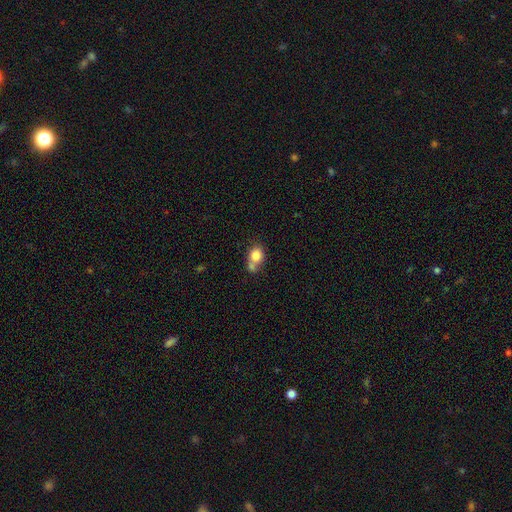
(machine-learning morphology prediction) Smooth or featured: smooth — 80% (featured or disk — 11%)
How rounded: round — 56% (in between — 42%)
Merging: merger — 42% (none — 39%)